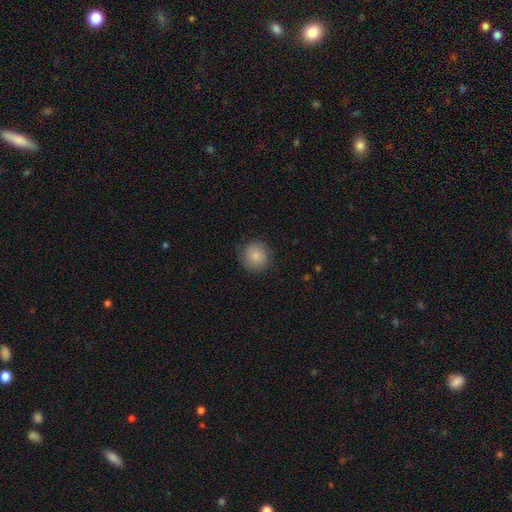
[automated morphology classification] Smooth or featured? smooth (82%)
How rounded? round (92%)
Merging? none (81%)